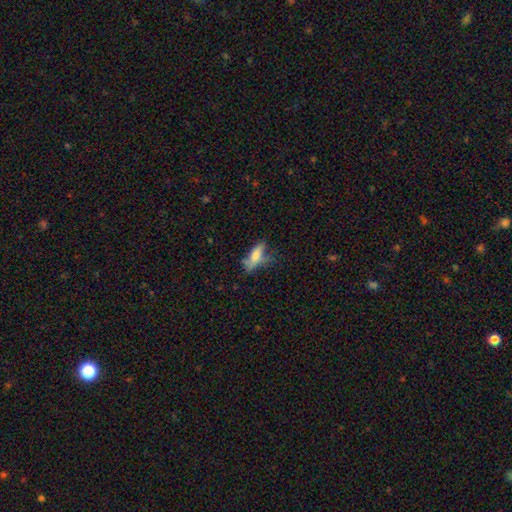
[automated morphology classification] Smooth or featured? smooth (60%)
How rounded? in between (58%)
Merging? none (42%)